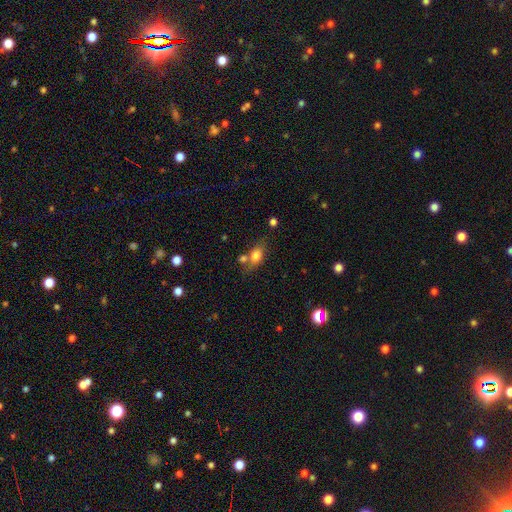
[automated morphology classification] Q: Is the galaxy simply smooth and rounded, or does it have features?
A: smooth — 77%.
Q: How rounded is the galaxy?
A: in between — 74%.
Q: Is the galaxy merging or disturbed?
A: none — 53%.